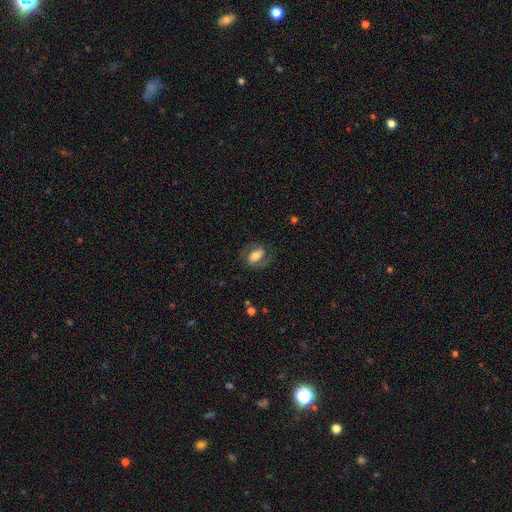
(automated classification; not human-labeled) Smooth or featured?
  - featured or disk: 54% *
  - smooth: 38%
  - star or artifact: 7%
Edge-on disk?
  - no: 94% *
  - yes: 6%
Bar?
  - strong: 37% *
  - weak: 33%
  - no: 30%
Spiral arms?
  - yes: 81% *
  - no: 19%
Bulge size?
  - moderate: 54% *
  - large: 23%
  - small: 17%
  - dominant: 3%
  - none: 2%
Merging?
  - none: 71% *
  - minor disturbance: 16%
  - major disturbance: 12%
  - merger: 1%